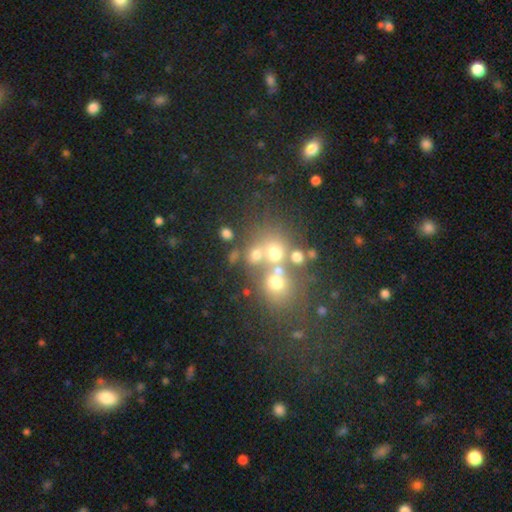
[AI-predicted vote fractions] Overall: smooth (59%; star or artifact 22%). How rounded: round (74%). Merging: none (48%; merger 35%).